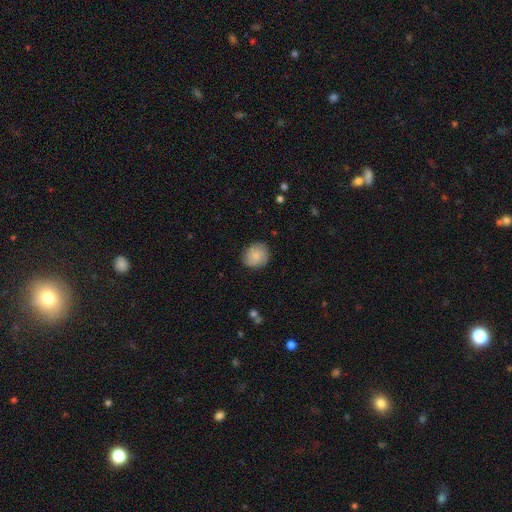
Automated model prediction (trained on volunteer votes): Morphology: type=smooth (80%); roundness=round (79%); merging=none (84%).